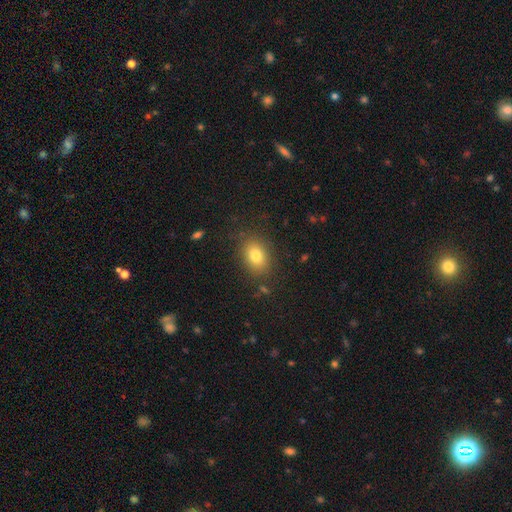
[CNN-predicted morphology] The model was most divided on "how rounded": in between: 72%, round: 26%, cigar-shaped: 1%. More confident: merging — none (84%); smooth or featured — smooth (80%).